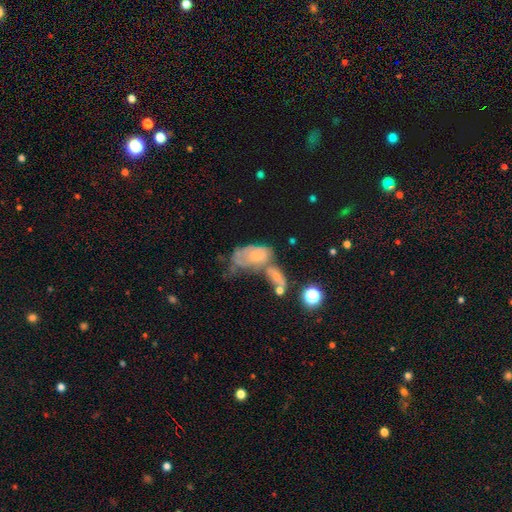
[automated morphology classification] A featured or disk galaxy (53%) with no bar (82%), no spiral arms (58%) and a small central bulge (46%).

Vote fractions:
- Smooth or featured? featured or disk: 53% / smooth: 35% / star or artifact: 12%
- Edge-on disk? no: 94% / yes: 6%
- Bar? no: 82% / weak: 15% / strong: 3%
- Spiral arms? no: 58% / yes: 42%
- Bulge size? small: 46% / moderate: 42% / none: 7% / large: 4% / dominant: 1%
- Merging? merger: 50% / major disturbance: 19% / none: 15% / minor disturbance: 15%